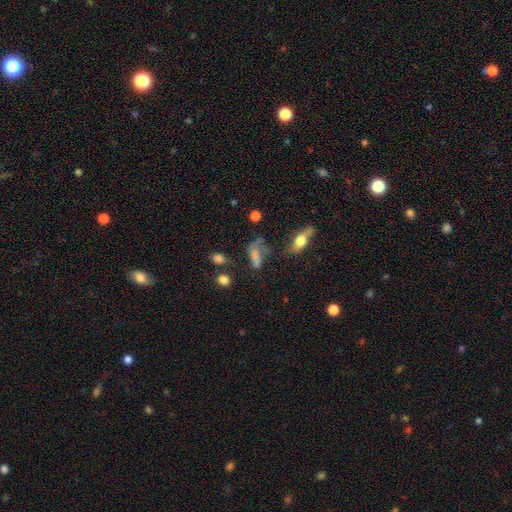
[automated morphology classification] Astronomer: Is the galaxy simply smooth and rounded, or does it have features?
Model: smooth — 57%.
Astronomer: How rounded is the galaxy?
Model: in between — 75%.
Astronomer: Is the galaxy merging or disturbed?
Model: major disturbance — 34% (runner-up: none, 30%).